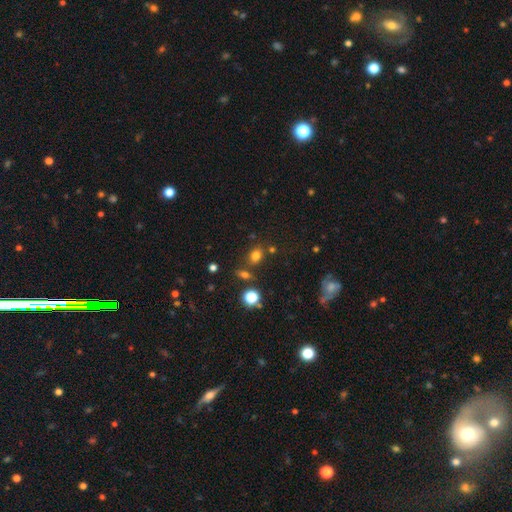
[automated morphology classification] Q: Smooth or featured?
A: smooth (74%); runner-up: star or artifact (18%)
Q: How rounded?
A: round (50%); runner-up: in between (49%)
Q: Merging?
A: none (73%); runner-up: minor disturbance (12%)